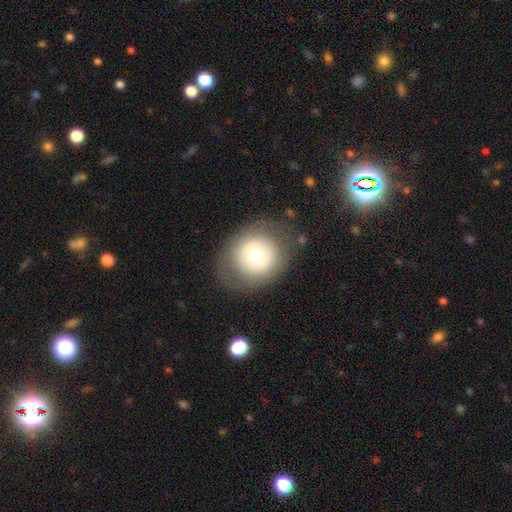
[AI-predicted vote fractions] Smooth or featured? smooth (61%)
How rounded? round (81%)
Merging? none (76%)